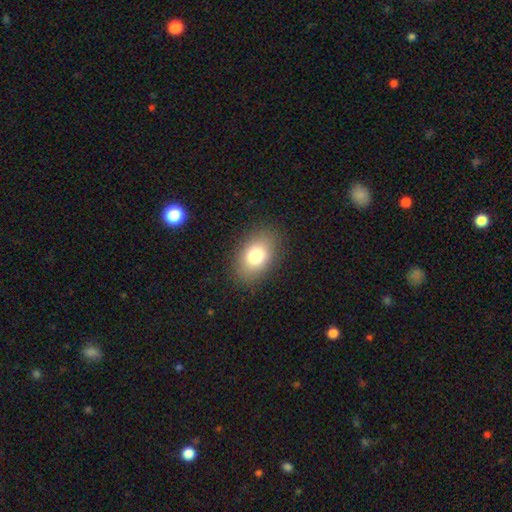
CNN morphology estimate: This appears to be a smooth galaxy with no disk features (79%) that is in between round and cigar-shaped (82%). Merging: none (87%).